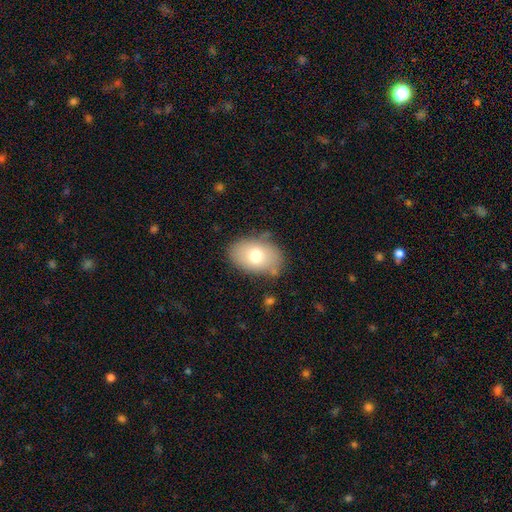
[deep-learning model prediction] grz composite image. It shows a smooth galaxy with no disk features (72%) that is in between round and cigar-shaped (84%). Merging: none (76%).